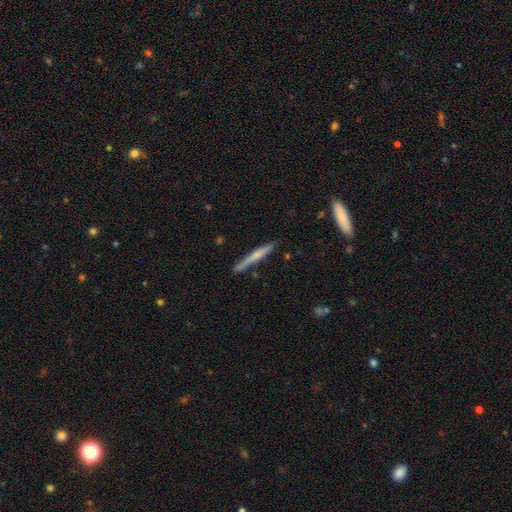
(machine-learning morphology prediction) This is possibly a smooth galaxy (51%). How rounded: clearly cigar-shaped (96%). Merging: clearly none (83%).